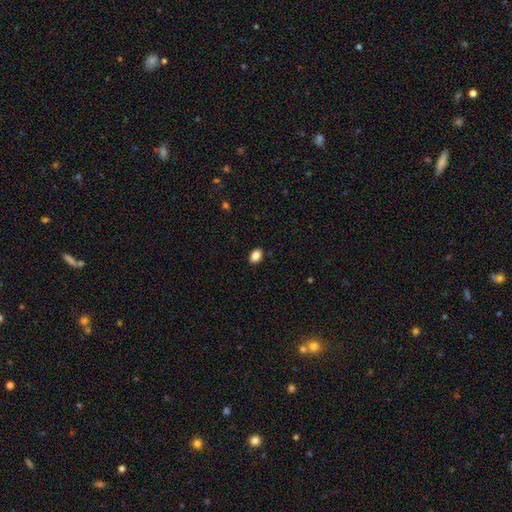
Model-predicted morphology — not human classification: smooth-or-featured: smooth: 86% | star or artifact: 9% | featured or disk: 5%
  how-rounded: in between: 80% | round: 19% | cigar-shaped: 1%
  merging: none: 89% | minor disturbance: 8% | major disturbance: 2% | merger: 1%